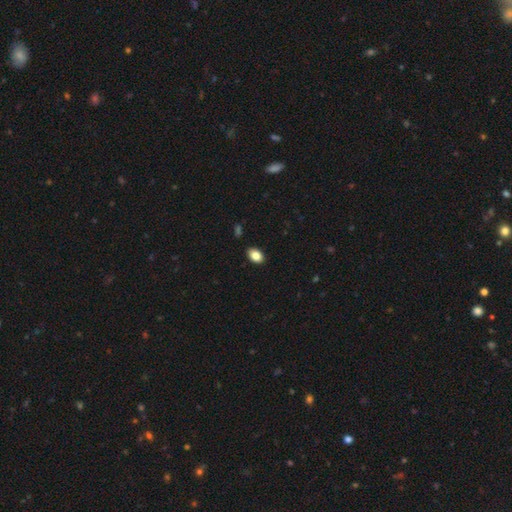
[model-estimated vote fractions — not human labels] smooth 85%, star or artifact 8%, featured or disk 7%. Down the decision tree: how rounded — in between (87%); merging — none (88%).